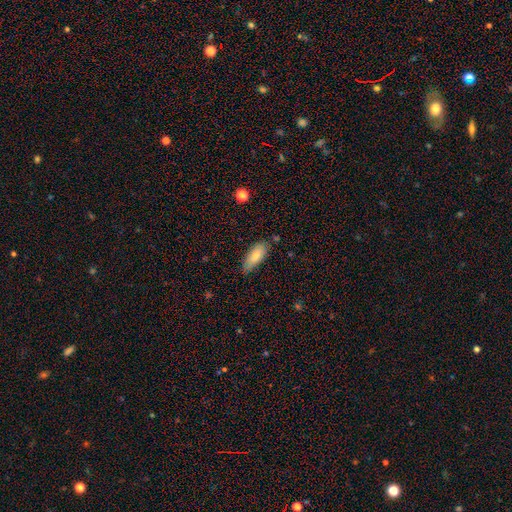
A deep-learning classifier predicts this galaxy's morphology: This appears to be a smooth galaxy with no disk features (78%) that is in between round and cigar-shaped (78%). Merging: none (76%).